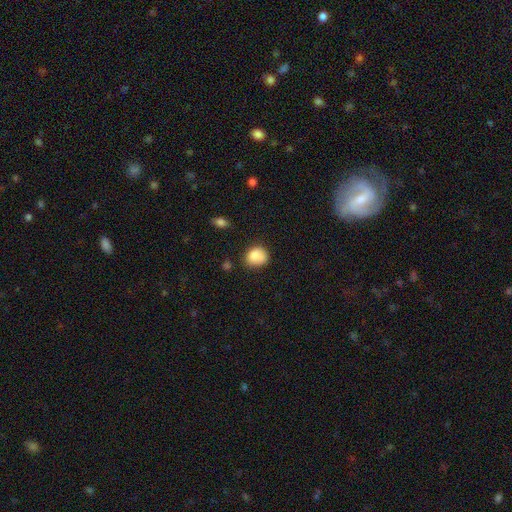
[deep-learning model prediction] smooth-or-featured: smooth: 83% | star or artifact: 9% | featured or disk: 8%
  how-rounded: round: 64% | in between: 36% | cigar-shaped: 1%
  merging: none: 60% | minor disturbance: 27% | major disturbance: 7% | merger: 5%